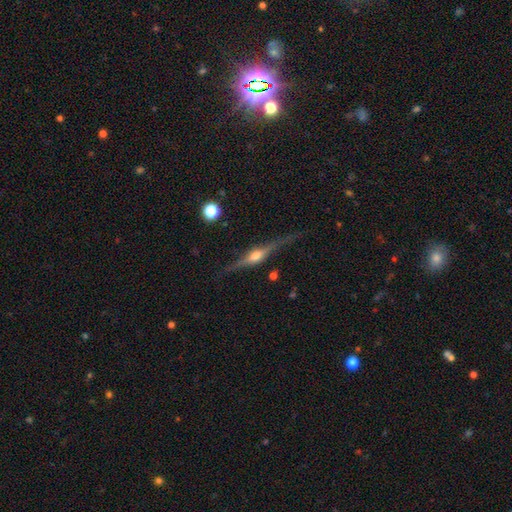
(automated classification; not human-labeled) A featured or disk galaxy (85%) viewed edge-on (98%) with a rounded central bulge (91%). Merging: none (84%).